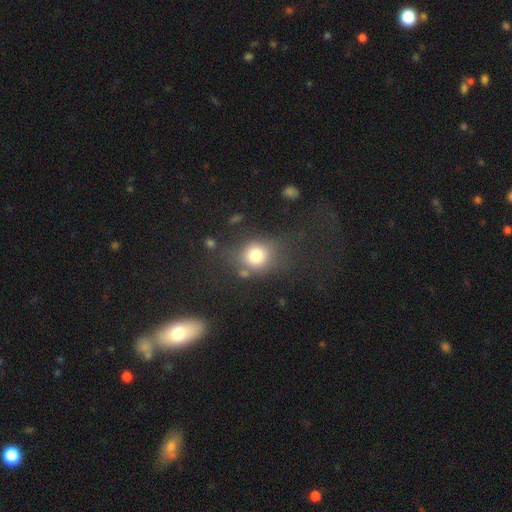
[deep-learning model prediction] Q: Smooth or featured?
A: smooth (76%); runner-up: star or artifact (13%)
Q: How rounded?
A: round (70%); runner-up: in between (28%)
Q: Merging?
A: none (61%); runner-up: minor disturbance (20%)